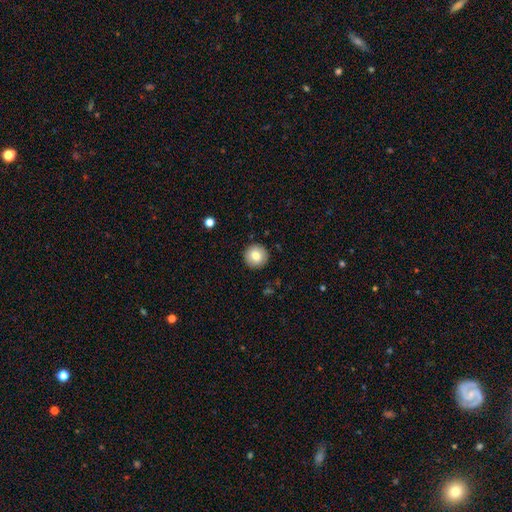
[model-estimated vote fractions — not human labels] smooth 81%, featured or disk 11%, star or artifact 8%. Down the decision tree: how rounded — round (96%); merging — none (92%).